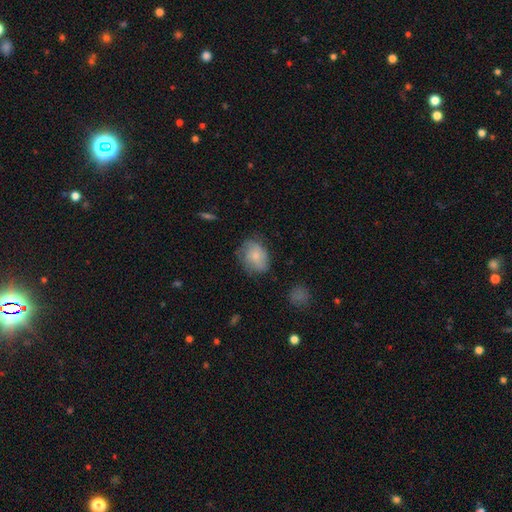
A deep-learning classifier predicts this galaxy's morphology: The model was most divided on "how rounded": in between: 61%, round: 38%, cigar-shaped: 1%. More confident: smooth or featured — smooth (65%); merging — none (59%).